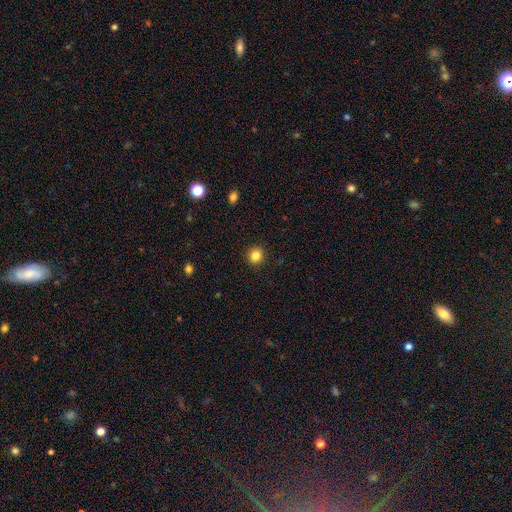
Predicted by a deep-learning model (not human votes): Smooth or featured? Predicted: smooth (p=0.84). How rounded? Predicted: round (p=0.92). Merging? Predicted: none (p=0.92).